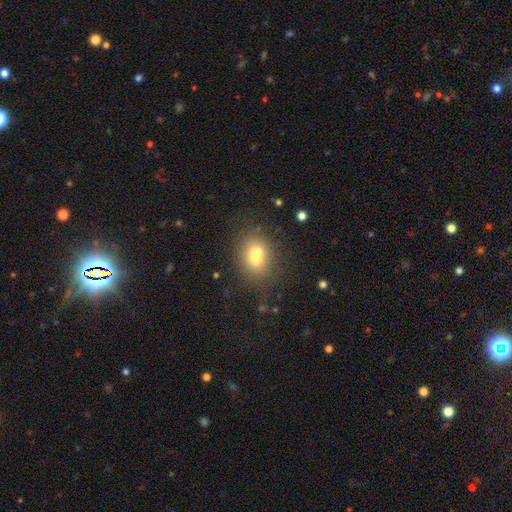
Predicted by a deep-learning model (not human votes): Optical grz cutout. It shows a smooth galaxy with no disk features (74%) that is in between round and cigar-shaped (66%). Merging: none (71%).